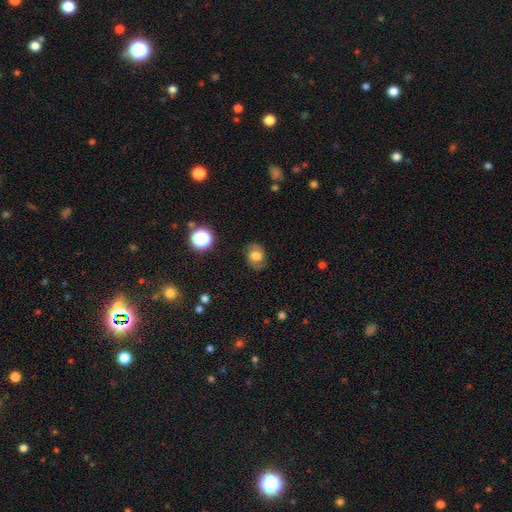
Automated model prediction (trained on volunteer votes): smooth-or-featured: smooth: 52% | featured or disk: 37% | star or artifact: 12%
  how-rounded: round: 51% | in between: 48% | cigar-shaped: 1%
  merging: none: 78% | minor disturbance: 15% | major disturbance: 5% | merger: 1%